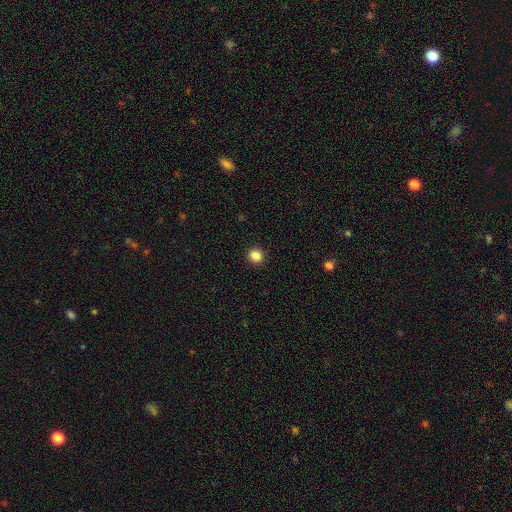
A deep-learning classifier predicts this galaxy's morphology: smooth 86%, star or artifact 11%, featured or disk 3%. Down the decision tree: how rounded — round (94%); merging — none (93%).